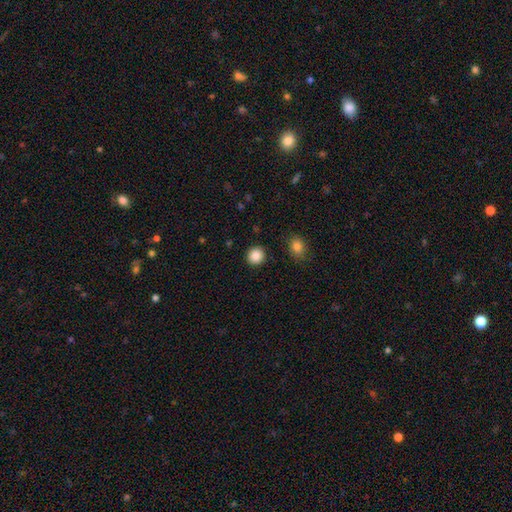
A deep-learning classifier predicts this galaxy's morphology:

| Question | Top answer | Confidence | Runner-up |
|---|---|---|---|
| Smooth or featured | smooth | 88% | star or artifact (9%) |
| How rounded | round | 89% | in between (10%) |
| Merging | none | 91% | minor disturbance (6%) |